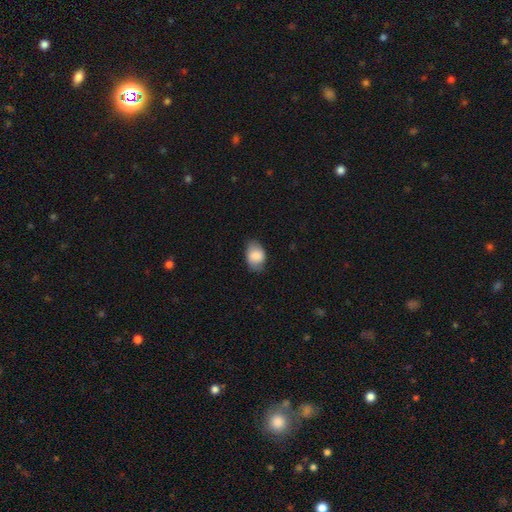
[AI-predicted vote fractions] Overall: smooth (82%). How rounded: in between (81%). Merging: none (71%).